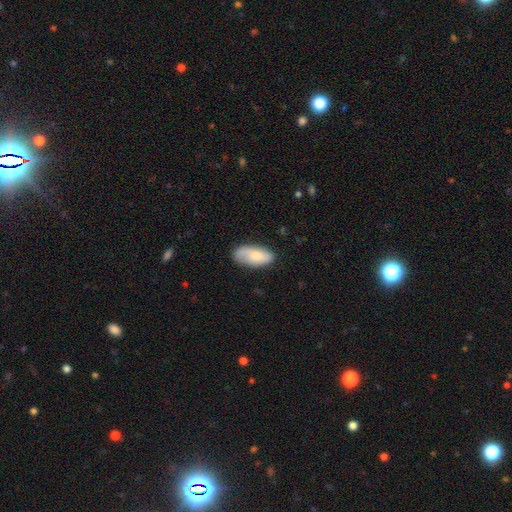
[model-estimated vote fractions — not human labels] Smooth or featured: smooth — 77% (featured or disk — 17%)
How rounded: in between — 92% (cigar-shaped — 6%)
Merging: none — 70% (minor disturbance — 23%)